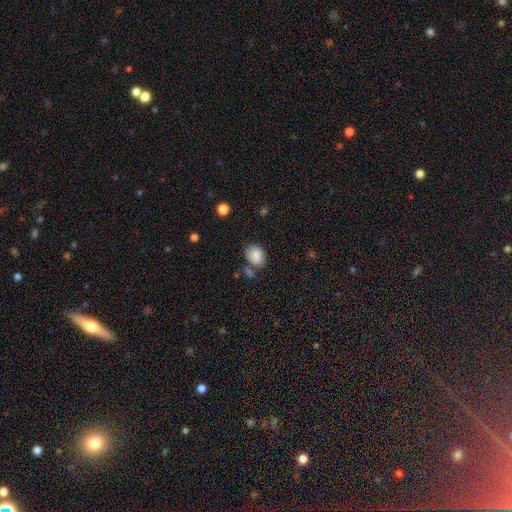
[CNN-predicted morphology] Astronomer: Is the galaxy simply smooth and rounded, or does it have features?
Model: smooth — 80%.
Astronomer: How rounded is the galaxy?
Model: in between — 54% (runner-up: round, 45%).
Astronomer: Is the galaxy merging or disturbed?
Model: none — 64%.